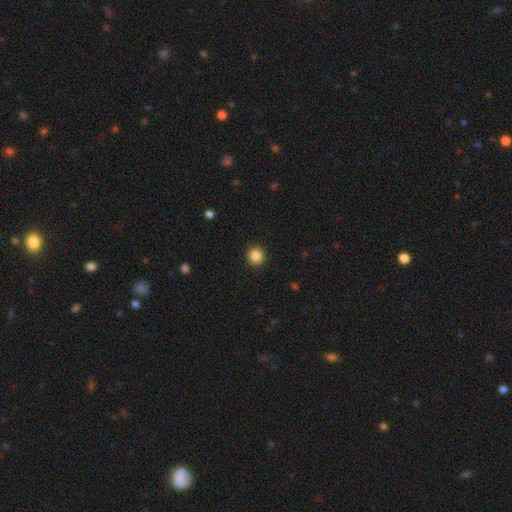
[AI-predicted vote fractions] The model was most divided on "smooth or featured": smooth: 86%, star or artifact: 10%, featured or disk: 4%. More confident: how rounded — round (93%); merging — none (92%).